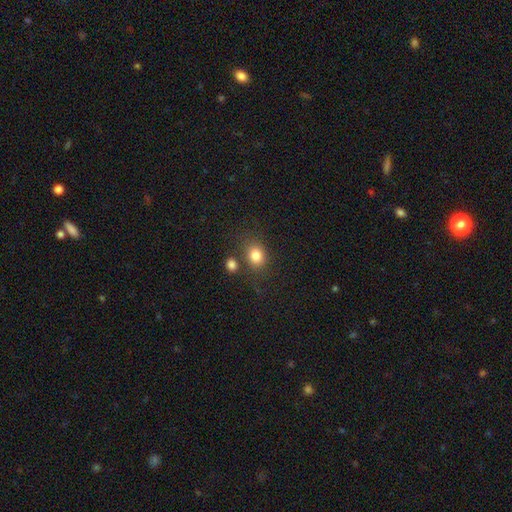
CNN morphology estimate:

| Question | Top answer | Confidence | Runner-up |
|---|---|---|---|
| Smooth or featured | smooth | 81% | star or artifact (12%) |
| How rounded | round | 62% | in between (38%) |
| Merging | none | 70% | merger (13%) |